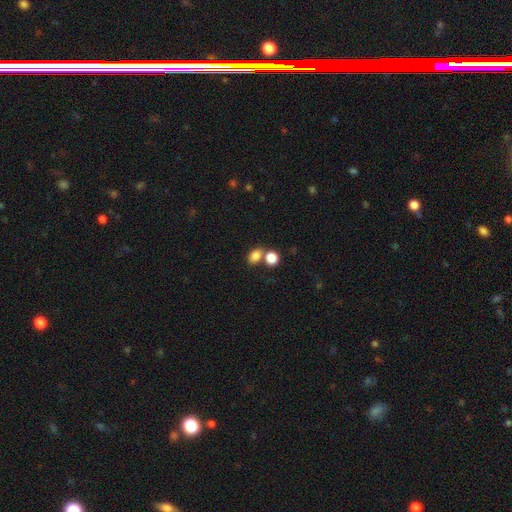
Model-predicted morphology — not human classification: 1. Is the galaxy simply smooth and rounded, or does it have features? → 82% smooth, 11% star or artifact, 6% featured or disk.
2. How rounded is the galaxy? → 62% in between, 36% round, 1% cigar-shaped.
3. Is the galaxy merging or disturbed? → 49% none, 37% merger, 10% minor disturbance, 4% major disturbance.